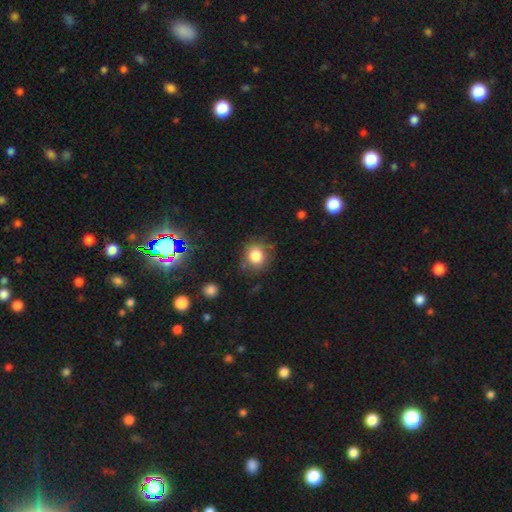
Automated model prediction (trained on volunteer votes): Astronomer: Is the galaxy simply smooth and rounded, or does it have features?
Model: smooth — 81%.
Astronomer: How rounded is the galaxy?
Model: round — 85%.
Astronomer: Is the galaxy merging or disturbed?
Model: none — 77%.